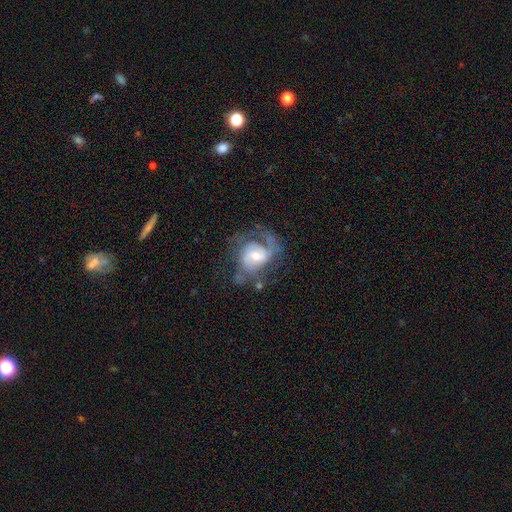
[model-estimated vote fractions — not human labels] Q: Smooth or featured?
A: featured or disk (79%); runner-up: smooth (14%)
Q: Edge-on disk?
A: no (97%); runner-up: yes (3%)
Q: Bar?
A: no (55%); runner-up: weak (36%)
Q: Spiral arms?
A: yes (90%); runner-up: no (10%)
Q: Spiral winding?
A: medium (44%); runner-up: tight (31%)
Q: Spiral arm count?
A: 2 (50%); runner-up: 1 (22%)
Q: Bulge size?
A: moderate (55%); runner-up: small (39%)
Q: Merging?
A: none (45%); runner-up: major disturbance (29%)